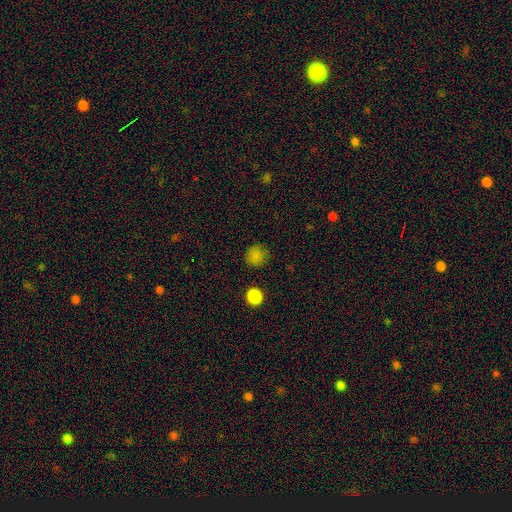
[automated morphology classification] A smooth galaxy with no disk features (81%) that is round (92%). Merging: none (85%).